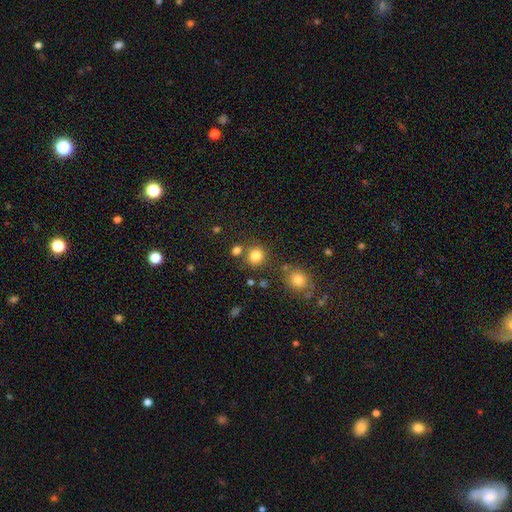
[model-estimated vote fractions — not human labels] smooth 82%, star or artifact 13%, featured or disk 5%. Down the decision tree: how rounded — round (88%); merging — none (76%).